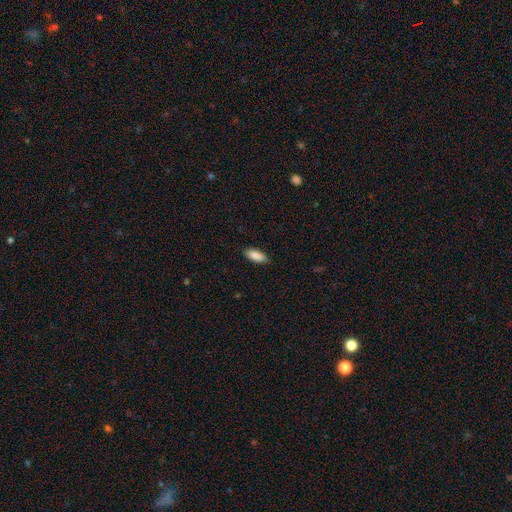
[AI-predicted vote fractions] Smooth or featured?
  - smooth: 89% *
  - star or artifact: 6%
  - featured or disk: 5%
How rounded?
  - in between: 82% *
  - cigar-shaped: 17%
  - round: 2%
Merging?
  - none: 87% *
  - minor disturbance: 10%
  - major disturbance: 2%
  - merger: 1%